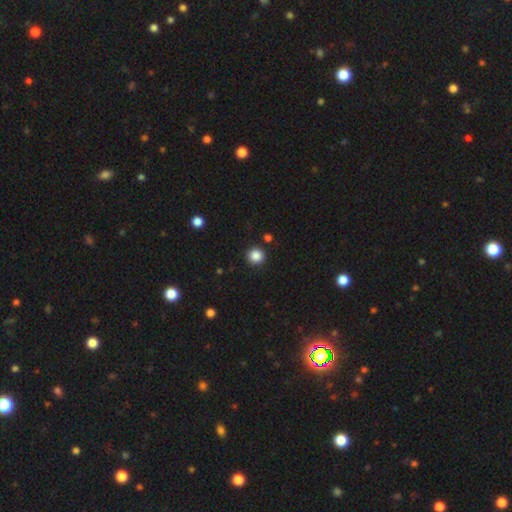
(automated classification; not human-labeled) Smooth or featured: smooth — 86% (star or artifact — 11%)
How rounded: round — 94% (in between — 5%)
Merging: none — 91% (minor disturbance — 5%)